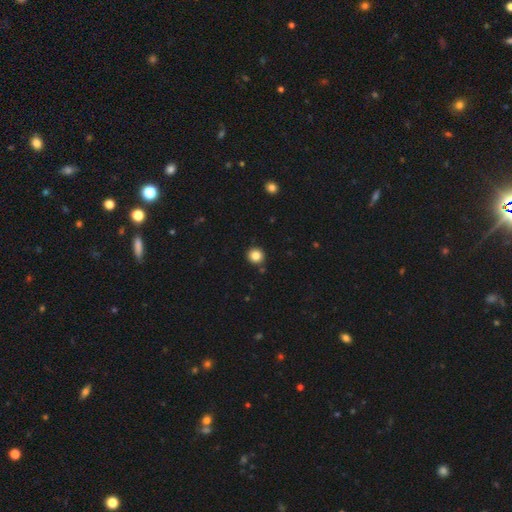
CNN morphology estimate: This is clearly a smooth galaxy (84%). How rounded: clearly round (93%). Merging: clearly none (89%).